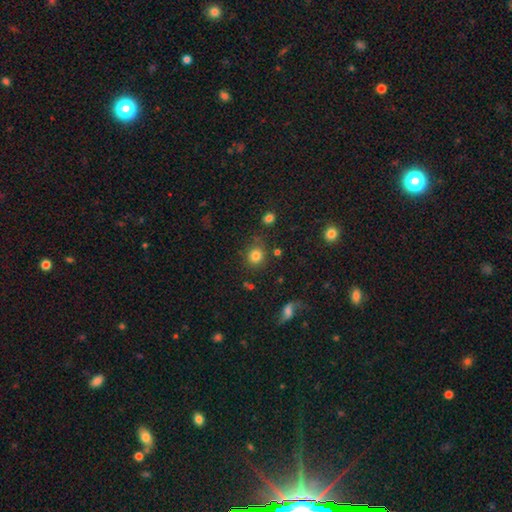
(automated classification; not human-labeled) This appears to be a smooth galaxy with no disk features (80%) that is round (82%). Merging: none (78%).